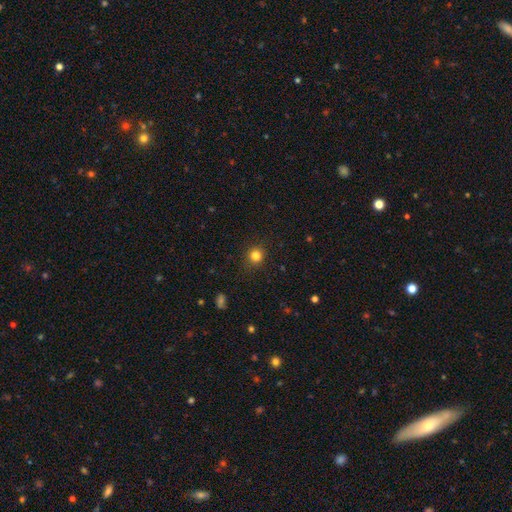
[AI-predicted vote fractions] Overall: smooth (82%). How rounded: round (89%). Merging: none (89%).